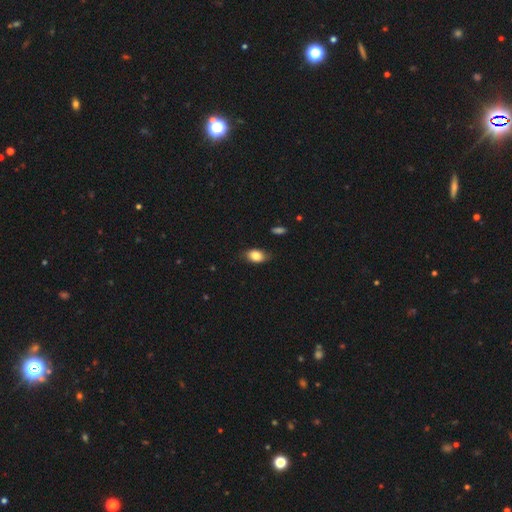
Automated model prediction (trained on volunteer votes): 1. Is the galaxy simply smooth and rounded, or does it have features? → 82% smooth, 10% featured or disk, 8% star or artifact.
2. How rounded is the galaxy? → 84% in between, 14% round, 2% cigar-shaped.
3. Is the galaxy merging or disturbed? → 75% none, 20% minor disturbance, 4% major disturbance, 1% merger.